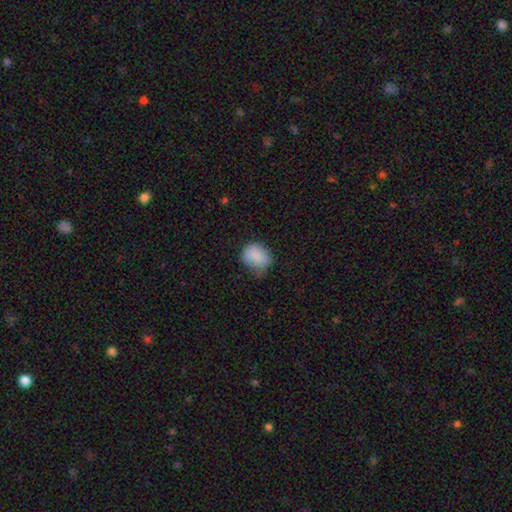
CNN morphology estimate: The model was most divided on "how rounded": in between: 52%, round: 47%, cigar-shaped: 1%. Remaining: smooth or featured — smooth (83%); merging — none (48%).